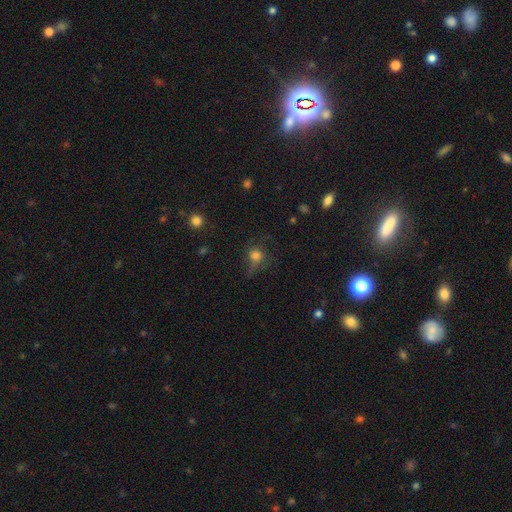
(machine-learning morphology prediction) A smooth galaxy with no disk features (64%) that is round (83%). Merging: none (50%).